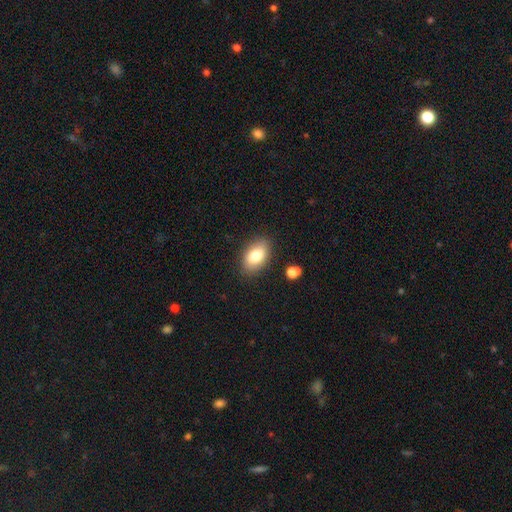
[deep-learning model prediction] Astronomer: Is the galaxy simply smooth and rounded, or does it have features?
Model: smooth — 81%.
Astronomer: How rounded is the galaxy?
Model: in between — 90%.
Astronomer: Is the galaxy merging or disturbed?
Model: none — 84%.